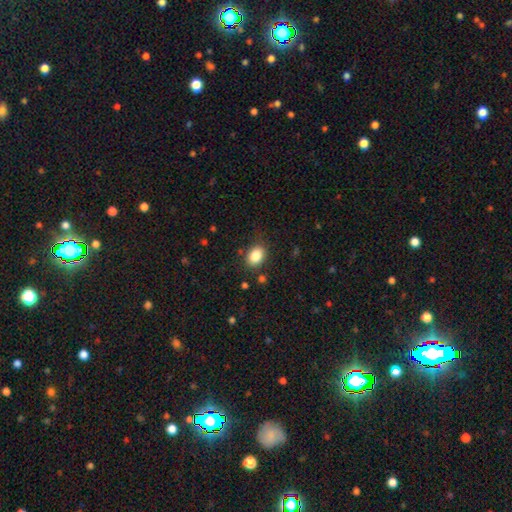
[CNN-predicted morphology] smooth-or-featured: smooth: 85% | star or artifact: 9% | featured or disk: 6%
  how-rounded: in between: 69% | round: 30% | cigar-shaped: 1%
  merging: none: 82% | minor disturbance: 13% | major disturbance: 3% | merger: 2%